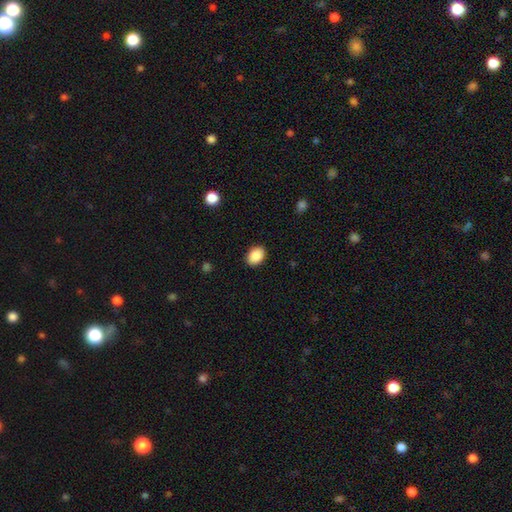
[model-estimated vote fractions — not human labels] Overall: smooth (89%). How rounded: in between (72%). Merging: none (89%).